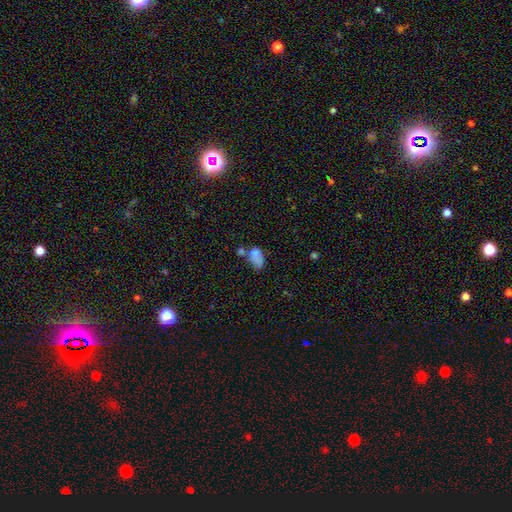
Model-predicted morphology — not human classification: smooth-or-featured: smooth: 73% | featured or disk: 16% | star or artifact: 11%
  how-rounded: in between: 88% | round: 10% | cigar-shaped: 2%
  merging: merger: 35% | none: 29% | minor disturbance: 21% | major disturbance: 15%